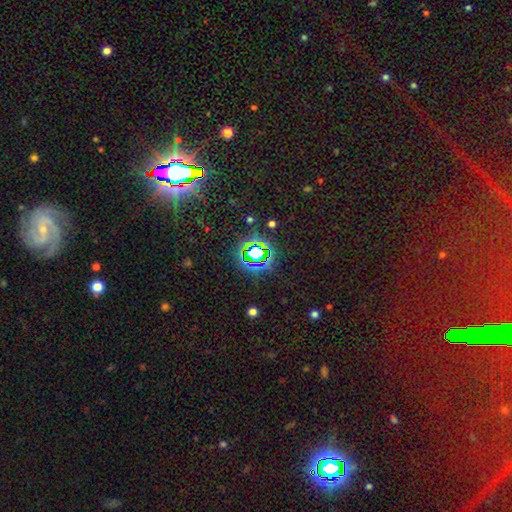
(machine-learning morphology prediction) Q: Smooth or featured?
A: star or artifact (70%); runner-up: smooth (19%)